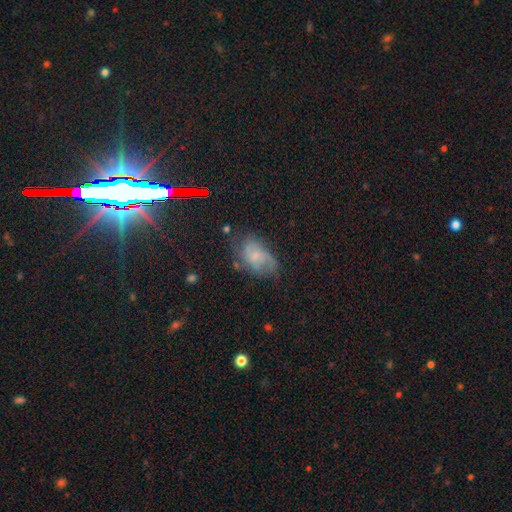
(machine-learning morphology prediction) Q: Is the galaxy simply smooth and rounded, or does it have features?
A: featured or disk — 49%.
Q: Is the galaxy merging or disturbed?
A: none — 54%.